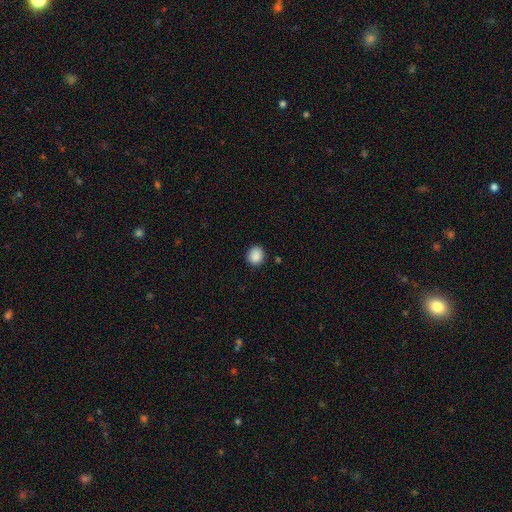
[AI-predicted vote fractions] Overall: smooth (89%). How rounded: round (78%). Merging: none (88%).